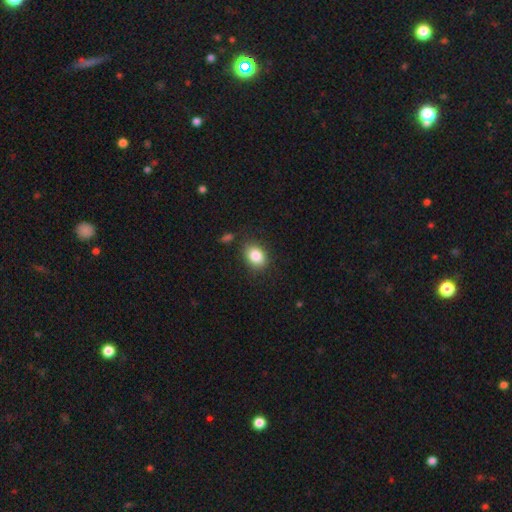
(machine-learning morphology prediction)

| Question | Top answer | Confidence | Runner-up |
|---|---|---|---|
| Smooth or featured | smooth | 85% | star or artifact (9%) |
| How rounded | in between | 68% | round (31%) |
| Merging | none | 82% | minor disturbance (12%) |